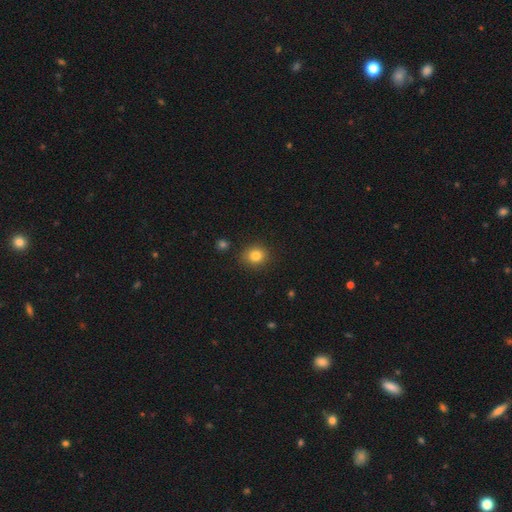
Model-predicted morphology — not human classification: Smooth or featured: smooth — 82% (star or artifact — 12%)
How rounded: round — 82% (in between — 17%)
Merging: none — 88% (minor disturbance — 8%)